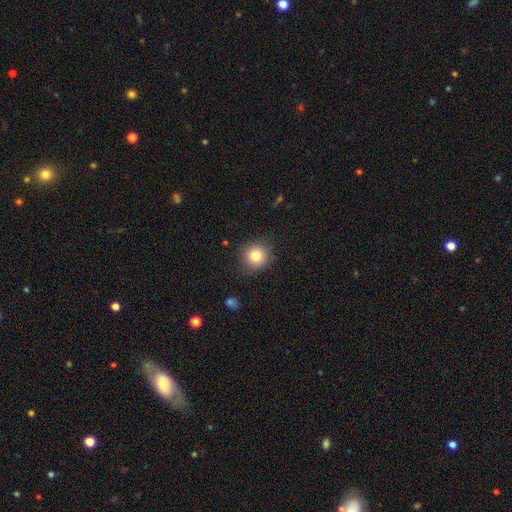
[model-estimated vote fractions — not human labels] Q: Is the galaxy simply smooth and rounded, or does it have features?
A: smooth — 81%.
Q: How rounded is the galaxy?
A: round — 89%.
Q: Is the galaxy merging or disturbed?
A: none — 85%.